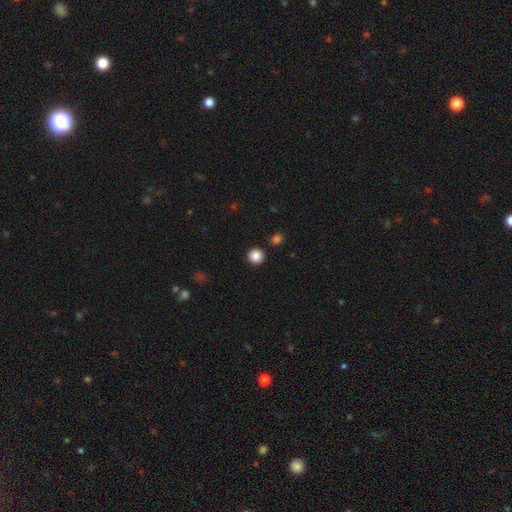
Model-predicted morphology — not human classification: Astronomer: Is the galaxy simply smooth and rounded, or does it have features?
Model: smooth — 87%.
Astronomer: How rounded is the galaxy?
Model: round — 95%.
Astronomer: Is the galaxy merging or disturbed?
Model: none — 90%.